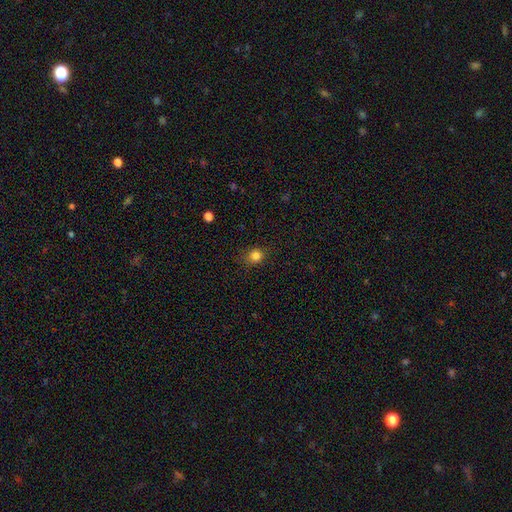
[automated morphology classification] smooth-or-featured: smooth: 82% | star or artifact: 13% | featured or disk: 5%
  how-rounded: round: 78% | in between: 21% | cigar-shaped: 1%
  merging: none: 81% | minor disturbance: 14% | major disturbance: 4% | merger: 1%